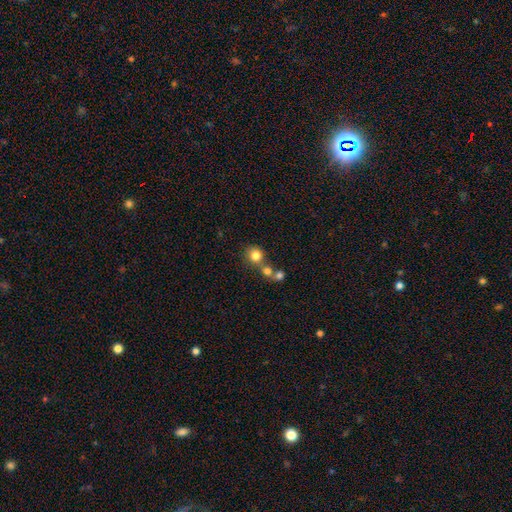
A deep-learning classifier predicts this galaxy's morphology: This appears to be a smooth galaxy with no disk features (80%) that is round (85%). Merging: none (48%).